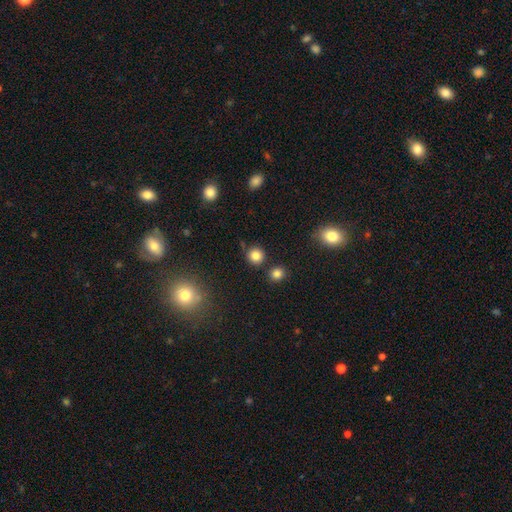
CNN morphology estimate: This appears to be a smooth galaxy with no disk features (83%) that is round (92%). Merging: none (84%).